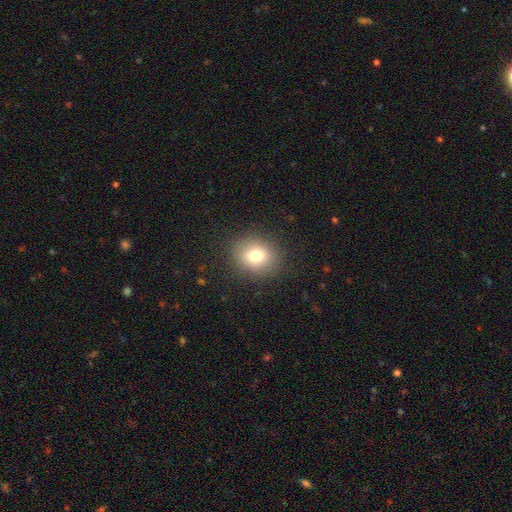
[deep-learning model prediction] smooth-or-featured: smooth: 77% | star or artifact: 12% | featured or disk: 11%
  how-rounded: round: 66% | in between: 33% | cigar-shaped: 1%
  merging: none: 88% | minor disturbance: 8% | major disturbance: 3% | merger: 1%